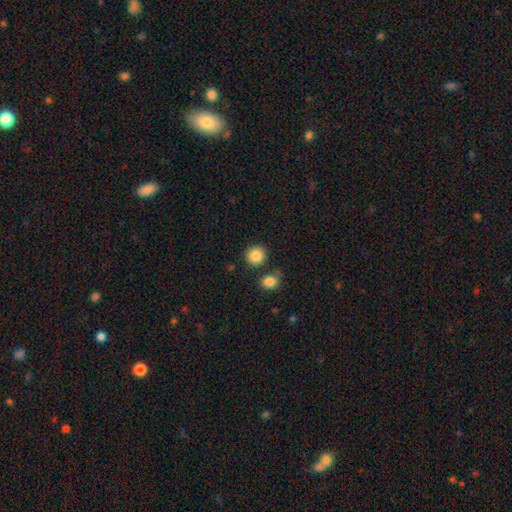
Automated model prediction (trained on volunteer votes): This is clearly a smooth galaxy (87%). How rounded: clearly round (91%). Merging: clearly none (83%).